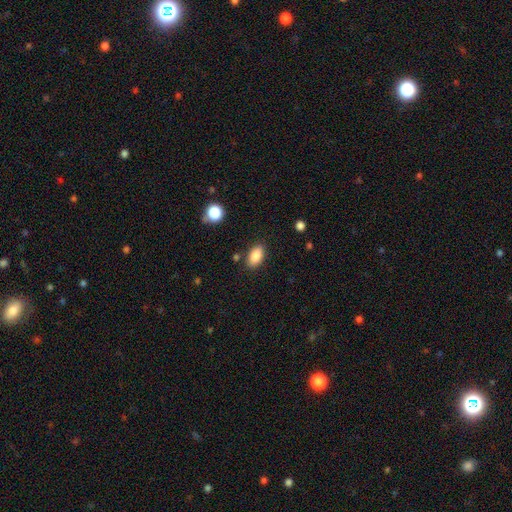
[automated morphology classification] A smooth galaxy with no disk features (86%) that is in between round and cigar-shaped (91%).

Vote fractions:
- Smooth or featured? smooth: 86% / star or artifact: 8% / featured or disk: 6%
- How rounded? in between: 91% / round: 6% / cigar-shaped: 3%
- Merging? none: 84% / minor disturbance: 10% / major disturbance: 3% / merger: 3%